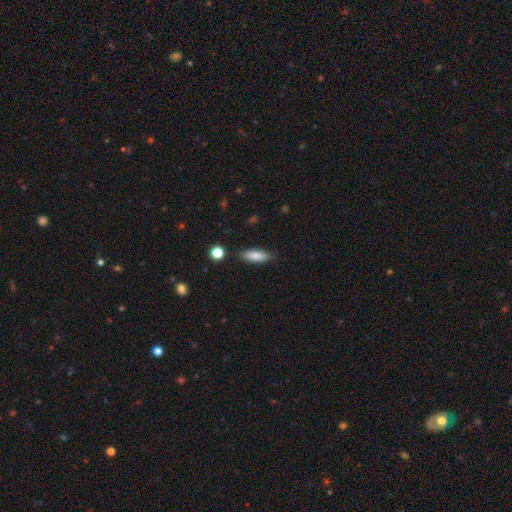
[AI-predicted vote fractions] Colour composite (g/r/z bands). It shows a smooth galaxy with no disk features (82%) that is in between round and cigar-shaped (56%). Merging: none (83%).